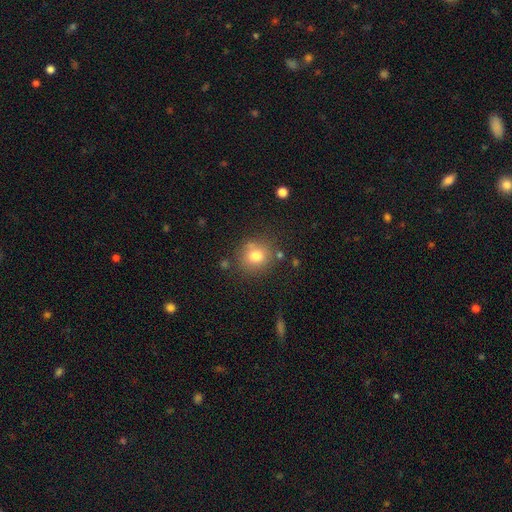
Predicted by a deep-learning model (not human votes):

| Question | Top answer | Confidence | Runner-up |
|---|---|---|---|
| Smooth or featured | smooth | 76% | star or artifact (13%) |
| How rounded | round | 86% | in between (14%) |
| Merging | none | 77% | minor disturbance (13%) |